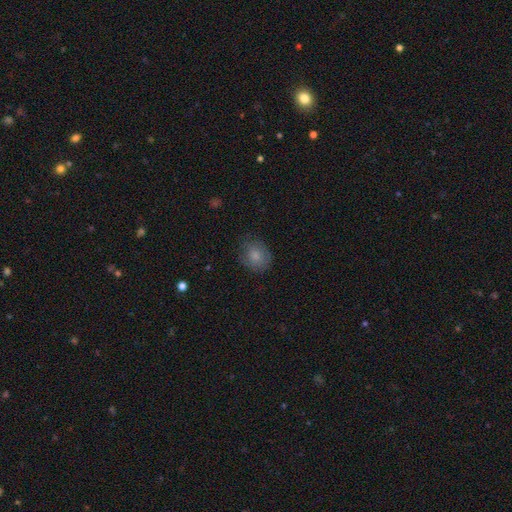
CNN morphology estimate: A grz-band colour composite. It shows a smooth galaxy with no disk features (82%) that is round (66%). Merging: none (74%).